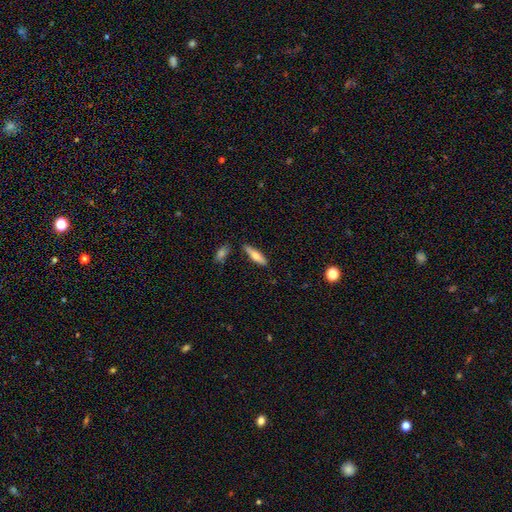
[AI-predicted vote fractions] Smooth or featured?
  - smooth: 66% *
  - featured or disk: 28%
  - star or artifact: 6%
How rounded?
  - cigar-shaped: 66% *
  - in between: 32%
  - round: 2%
Merging?
  - none: 81% *
  - minor disturbance: 12%
  - merger: 4%
  - major disturbance: 3%